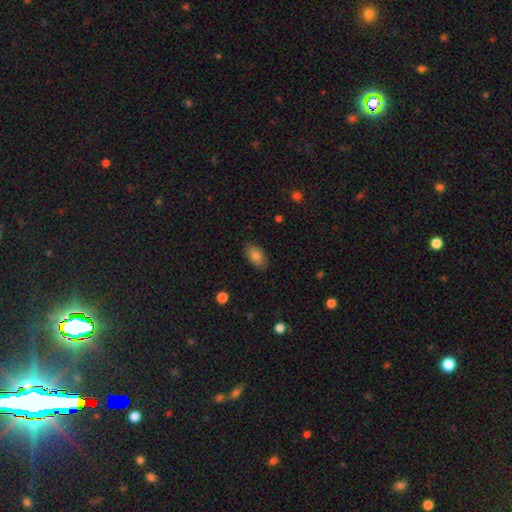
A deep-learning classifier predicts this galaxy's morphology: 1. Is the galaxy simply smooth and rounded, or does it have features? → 81% smooth, 10% featured or disk, 8% star or artifact.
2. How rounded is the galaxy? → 91% in between, 7% round, 2% cigar-shaped.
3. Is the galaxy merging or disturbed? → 86% none, 10% minor disturbance, 2% major disturbance, 1% merger.